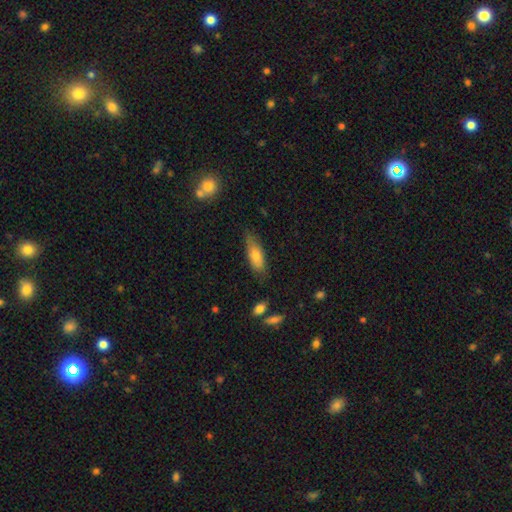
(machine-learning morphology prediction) Overall: smooth (73%). How rounded: in between (63%; cigar-shaped 34%). Merging: none (67%).